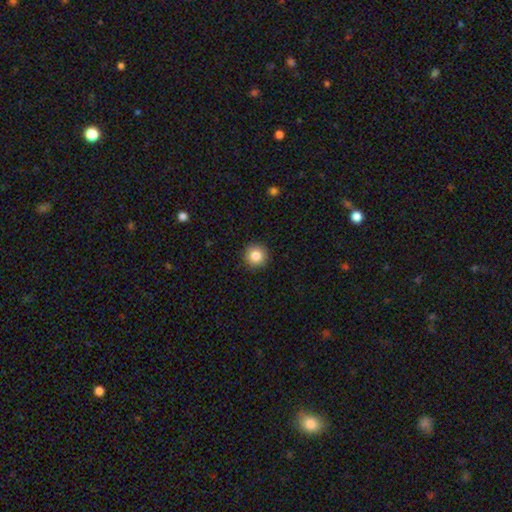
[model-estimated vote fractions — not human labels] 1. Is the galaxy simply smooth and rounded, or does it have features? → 84% smooth, 10% star or artifact, 6% featured or disk.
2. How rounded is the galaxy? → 95% round, 4% in between, 1% cigar-shaped.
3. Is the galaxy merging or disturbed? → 92% none, 5% minor disturbance, 2% major disturbance, 1% merger.